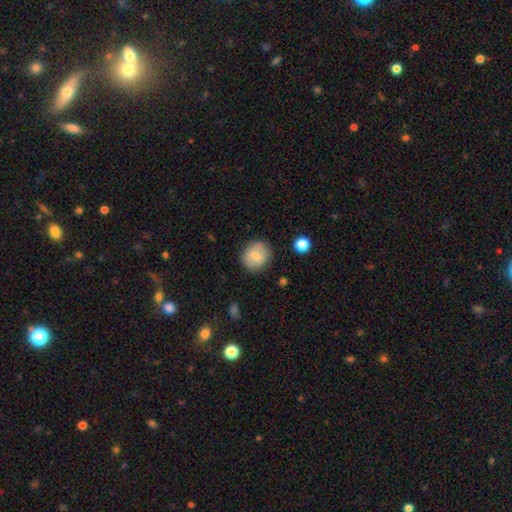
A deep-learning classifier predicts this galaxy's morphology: Smooth or featured?
  - smooth: 73% *
  - featured or disk: 19%
  - star or artifact: 8%
How rounded?
  - round: 82% *
  - in between: 17%
  - cigar-shaped: 1%
Merging?
  - none: 83% *
  - minor disturbance: 12%
  - major disturbance: 3%
  - merger: 2%